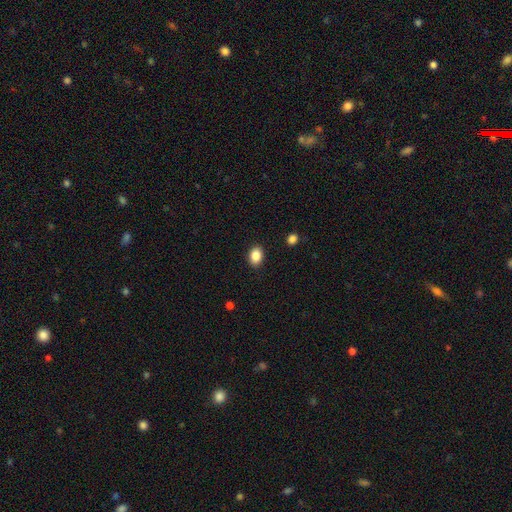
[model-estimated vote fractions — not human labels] smooth-or-featured: smooth: 87% | star or artifact: 9% | featured or disk: 4%
  how-rounded: in between: 72% | round: 27% | cigar-shaped: 1%
  merging: none: 89% | minor disturbance: 8% | major disturbance: 2% | merger: 1%